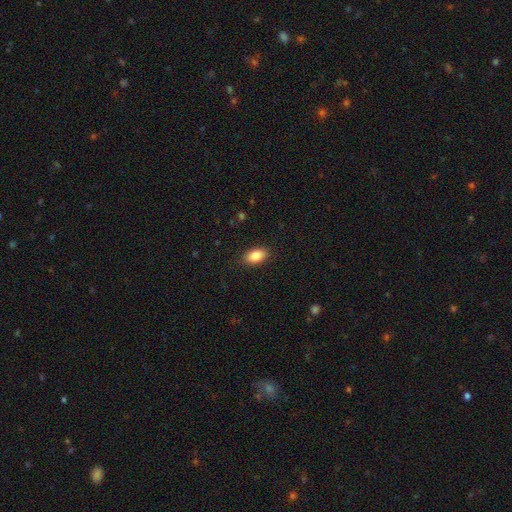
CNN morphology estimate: A smooth galaxy with no disk features (87%) that is in between round and cigar-shaped (91%). Merging: none (87%).